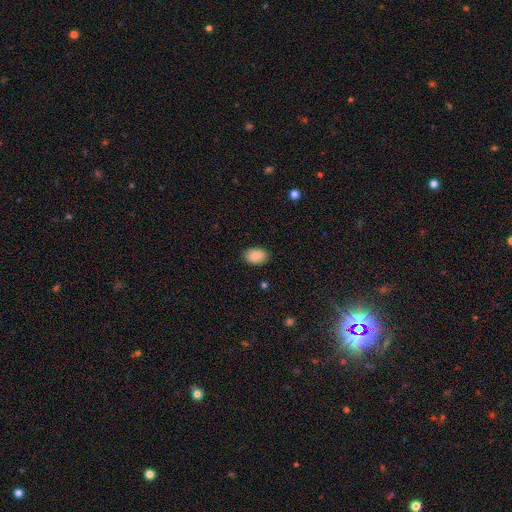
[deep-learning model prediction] Overall: smooth (90%). How rounded: in between (85%). Merging: none (88%).